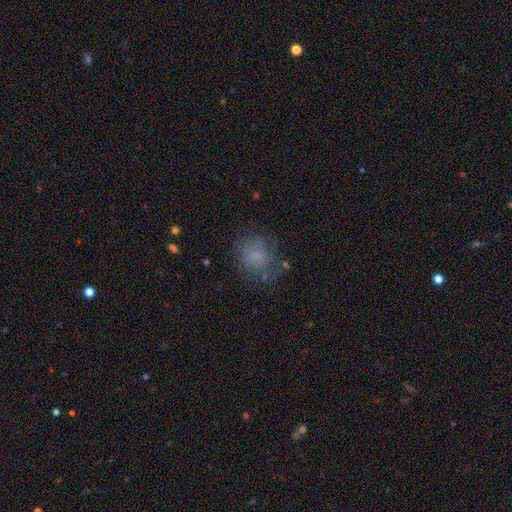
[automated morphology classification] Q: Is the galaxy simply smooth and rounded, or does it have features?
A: smooth — 66%.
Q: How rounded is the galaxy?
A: round — 70%.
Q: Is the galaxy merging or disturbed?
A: none — 59%.